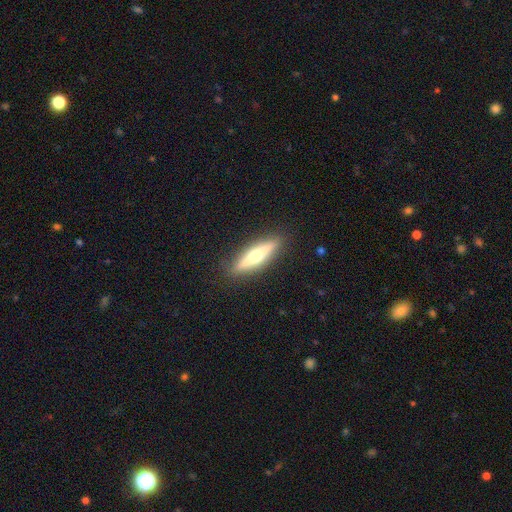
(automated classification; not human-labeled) Q: Smooth or featured?
A: featured or disk (59%); runner-up: smooth (35%)
Q: Edge-on disk?
A: yes (95%); runner-up: no (5%)
Q: Edge-on bulge?
A: rounded (87%); runner-up: none (7%)
Q: Merging?
A: none (90%); runner-up: minor disturbance (7%)